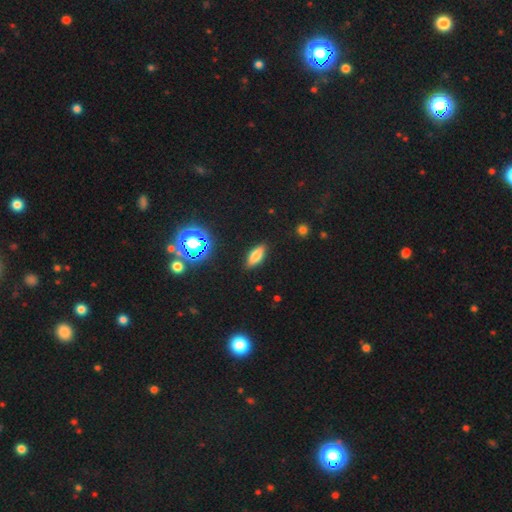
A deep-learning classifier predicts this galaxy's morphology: Smooth or featured? smooth (74%)
How rounded? in between (74%)
Merging? none (87%)